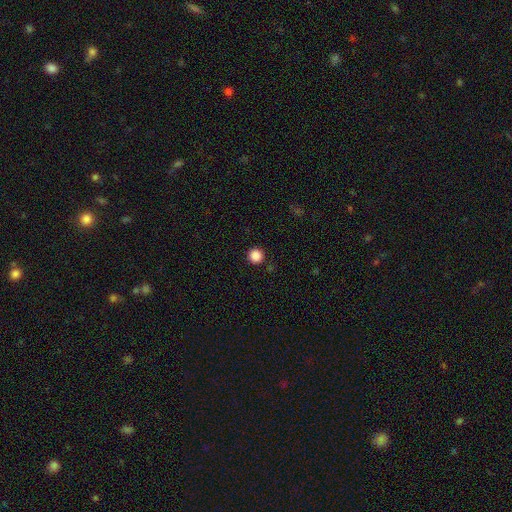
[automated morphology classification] Smooth or featured: smooth — 87% (star or artifact — 11%)
How rounded: round — 96% (in between — 3%)
Merging: none — 92% (minor disturbance — 5%)